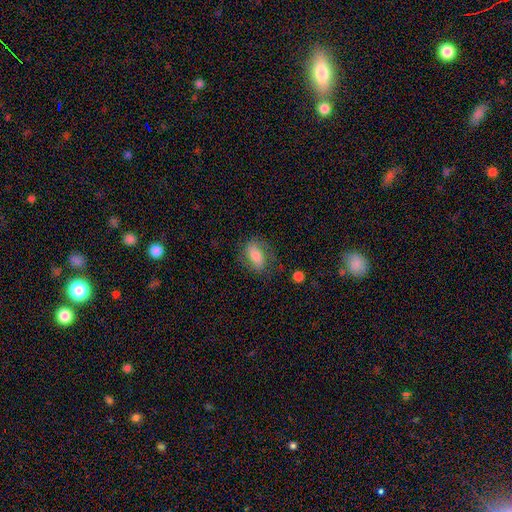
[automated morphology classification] A smooth galaxy with no disk features (61%) that is in between round and cigar-shaped (83%).

Vote fractions:
- Smooth or featured? smooth: 61% / featured or disk: 31% / star or artifact: 8%
- How rounded? in between: 83% / round: 14% / cigar-shaped: 3%
- Merging? none: 63% / minor disturbance: 22% / major disturbance: 13% / merger: 2%